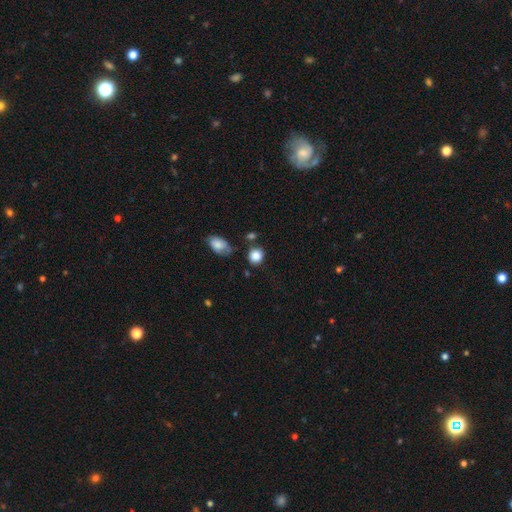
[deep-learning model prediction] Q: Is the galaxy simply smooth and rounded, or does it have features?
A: smooth — 86%.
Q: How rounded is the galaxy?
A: round — 83%.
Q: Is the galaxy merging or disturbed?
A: none — 74%.